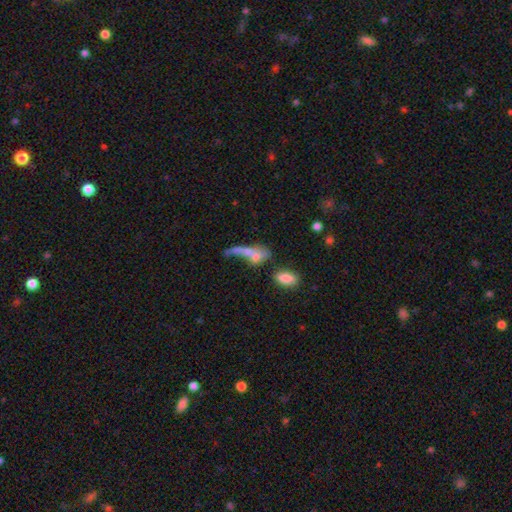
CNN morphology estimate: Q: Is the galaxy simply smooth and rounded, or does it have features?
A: smooth — 58%.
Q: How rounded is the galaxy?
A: in between — 54%.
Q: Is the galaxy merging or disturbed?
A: merger — 39%.